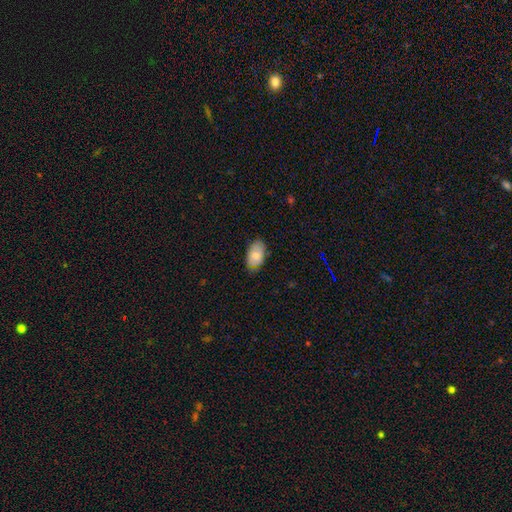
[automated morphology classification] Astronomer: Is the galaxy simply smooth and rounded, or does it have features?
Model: smooth — 71%.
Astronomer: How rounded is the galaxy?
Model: in between — 93%.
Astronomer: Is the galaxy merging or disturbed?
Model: none — 75%.